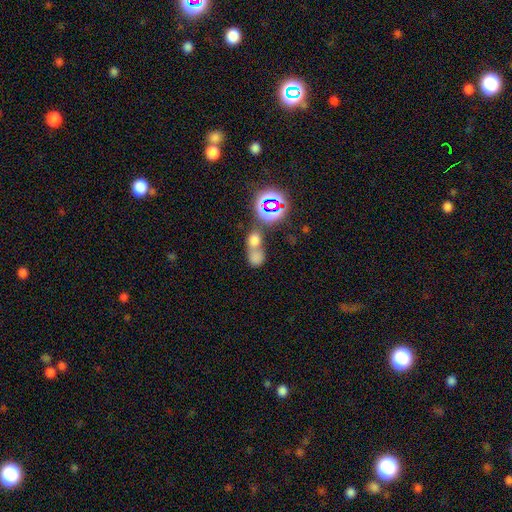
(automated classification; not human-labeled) A smooth galaxy with no disk features (64%) that is round (53%).

Vote fractions:
- Smooth or featured? smooth: 64% / star or artifact: 23% / featured or disk: 13%
- How rounded? round: 53% / in between: 44% / cigar-shaped: 3%
- Merging? merger: 67% / none: 22% / minor disturbance: 6% / major disturbance: 5%